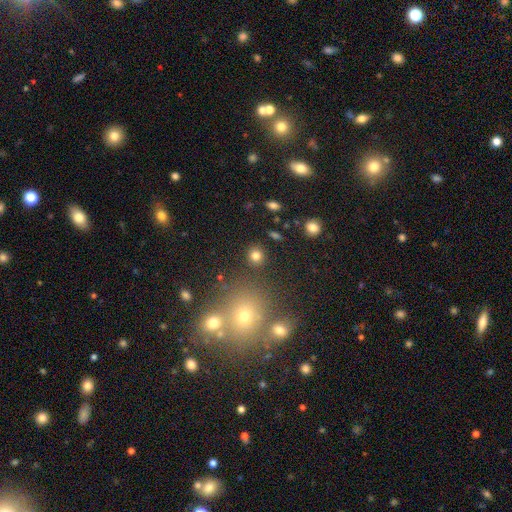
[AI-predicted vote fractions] Q: Smooth or featured?
A: smooth (80%); runner-up: star or artifact (14%)
Q: How rounded?
A: round (86%); runner-up: in between (13%)
Q: Merging?
A: none (87%); runner-up: minor disturbance (7%)